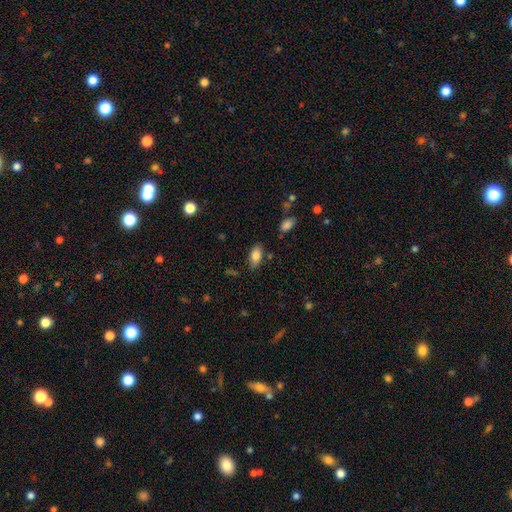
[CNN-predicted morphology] Smooth or featured: smooth — 83% (featured or disk — 9%)
How rounded: in between — 91% (cigar-shaped — 5%)
Merging: none — 81% (minor disturbance — 13%)